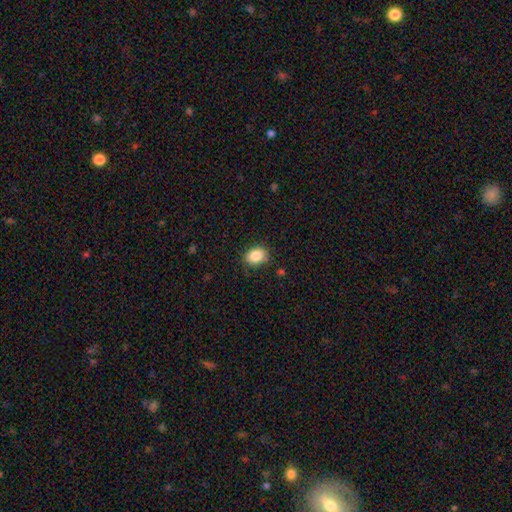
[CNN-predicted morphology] The model was most divided on "how rounded": in between: 68%, round: 31%, cigar-shaped: 1%. More confident: smooth or featured — smooth (86%); merging — none (83%).